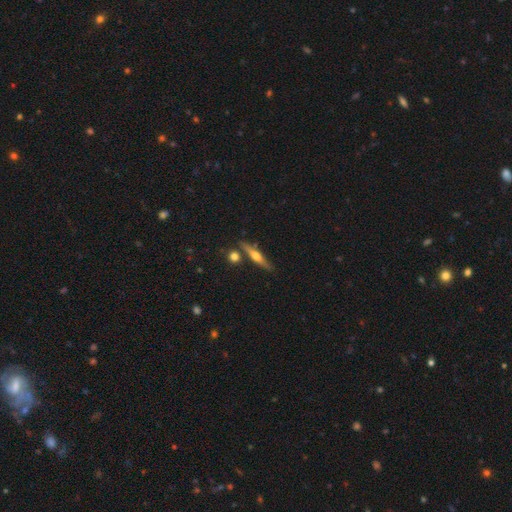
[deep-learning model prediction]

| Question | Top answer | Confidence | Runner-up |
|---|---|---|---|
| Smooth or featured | featured or disk | 63% | smooth (31%) |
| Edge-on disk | yes | 96% | no (4%) |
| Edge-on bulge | rounded | 91% | none (5%) |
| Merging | none | 81% | minor disturbance (9%) |